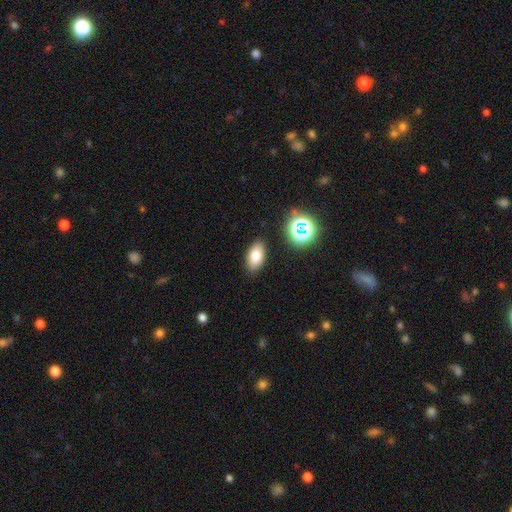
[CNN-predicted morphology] A smooth galaxy with no disk features (76%) that is in between round and cigar-shaped (91%).

Vote fractions:
- Smooth or featured? smooth: 76% / star or artifact: 12% / featured or disk: 12%
- How rounded? in between: 91% / round: 7% / cigar-shaped: 3%
- Merging? none: 87% / minor disturbance: 9% / major disturbance: 2% / merger: 2%